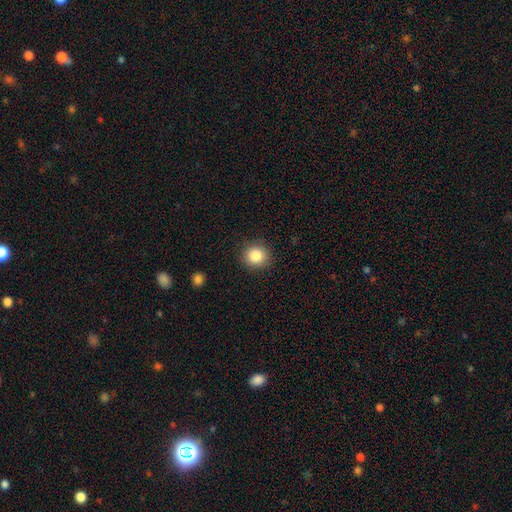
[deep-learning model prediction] Smooth or featured? Predicted: smooth (p=0.85). How rounded? Predicted: round (p=0.90). Merging? Predicted: none (p=0.90).